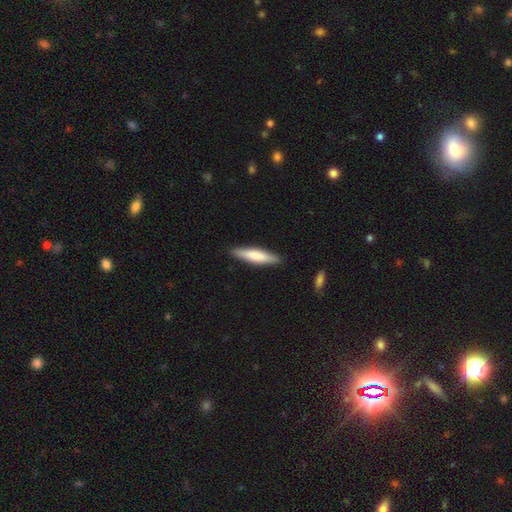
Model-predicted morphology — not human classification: Q: Smooth or featured?
A: smooth (69%); runner-up: featured or disk (26%)
Q: How rounded?
A: cigar-shaped (83%); runner-up: in between (16%)
Q: Merging?
A: none (89%); runner-up: minor disturbance (8%)